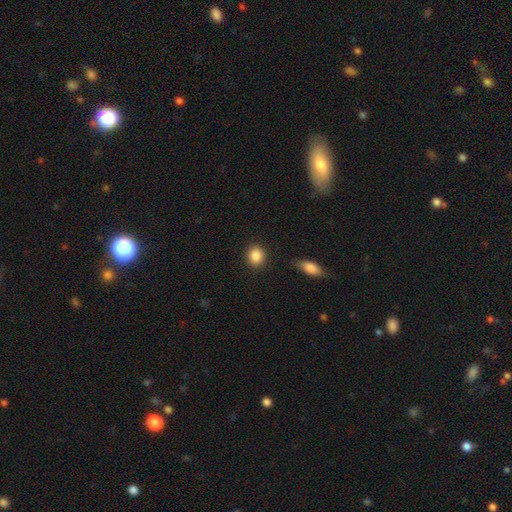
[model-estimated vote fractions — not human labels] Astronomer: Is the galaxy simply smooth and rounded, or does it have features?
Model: smooth — 87%.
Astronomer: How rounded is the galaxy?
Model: round — 78%.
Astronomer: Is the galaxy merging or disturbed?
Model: none — 87%.